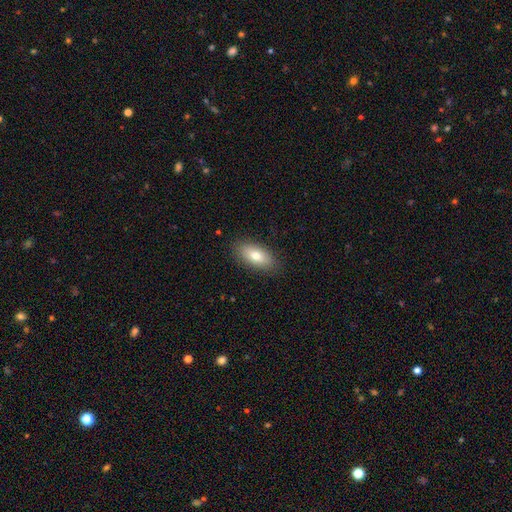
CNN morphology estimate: Q: Smooth or featured?
A: smooth (76%); runner-up: featured or disk (17%)
Q: How rounded?
A: in between (89%); runner-up: cigar-shaped (8%)
Q: Merging?
A: none (87%); runner-up: minor disturbance (10%)